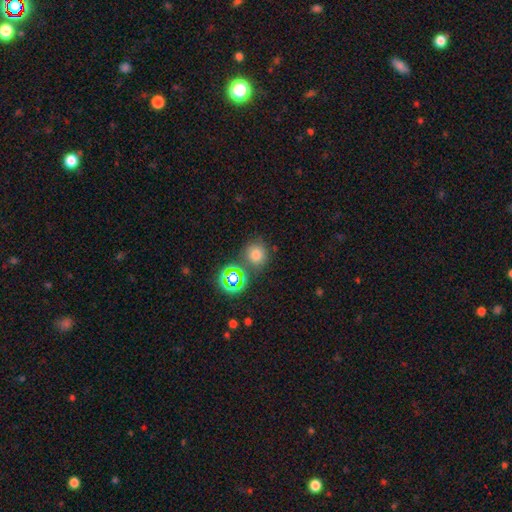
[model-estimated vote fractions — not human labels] Smooth or featured?
  - smooth: 71% *
  - star or artifact: 22%
  - featured or disk: 7%
How rounded?
  - round: 85% *
  - in between: 14%
  - cigar-shaped: 1%
Merging?
  - none: 69% *
  - merger: 14%
  - minor disturbance: 12%
  - major disturbance: 4%